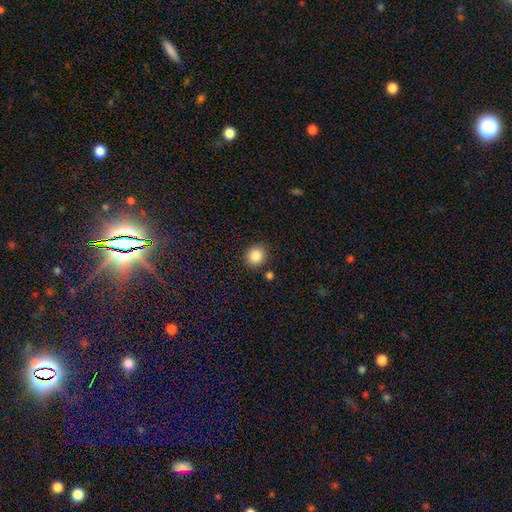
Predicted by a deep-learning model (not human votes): Smooth or featured? smooth (86%)
How rounded? round (80%)
Merging? none (86%)